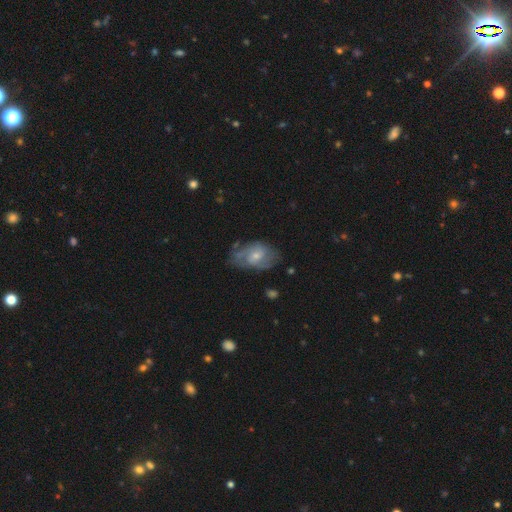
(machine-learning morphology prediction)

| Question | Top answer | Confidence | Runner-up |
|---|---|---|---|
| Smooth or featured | featured or disk | 59% | smooth (35%) |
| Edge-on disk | no | 96% | yes (4%) |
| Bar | no | 55% | weak (39%) |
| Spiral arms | yes | 74% | no (26%) |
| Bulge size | small | 60% | moderate (34%) |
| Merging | none | 53% | minor disturbance (28%) |